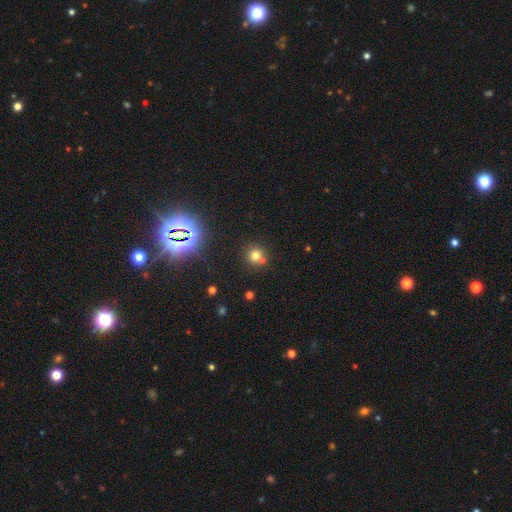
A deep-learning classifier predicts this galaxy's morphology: A smooth galaxy with no disk features (70%) that is round (91%).

Vote fractions:
- Smooth or featured? smooth: 70% / star or artifact: 20% / featured or disk: 10%
- How rounded? round: 91% / in between: 8% / cigar-shaped: 1%
- Merging? none: 66% / merger: 22% / minor disturbance: 8% / major disturbance: 3%